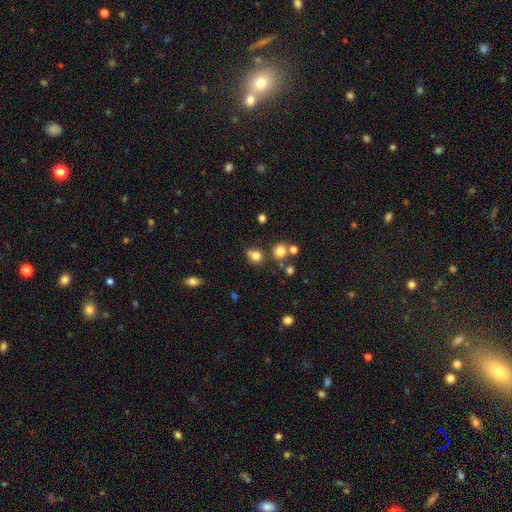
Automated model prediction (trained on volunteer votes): Overall: smooth (78%). How rounded: round (73%). Merging: none (63%).